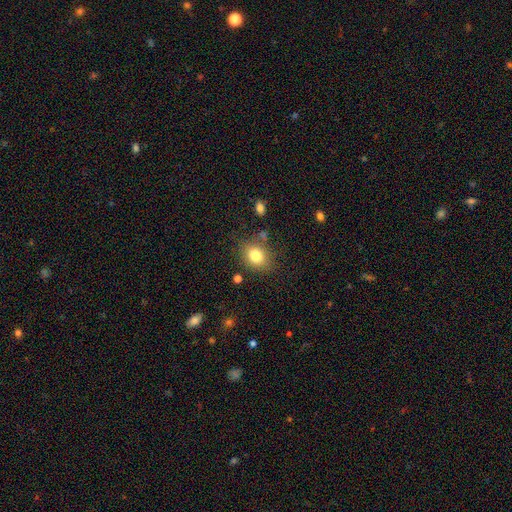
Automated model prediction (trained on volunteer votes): Smooth or featured: smooth — 81% (star or artifact — 10%)
How rounded: in between — 54% (round — 45%)
Merging: none — 78% (minor disturbance — 13%)